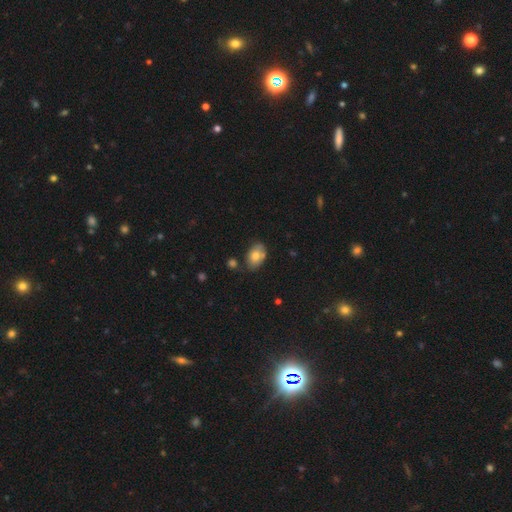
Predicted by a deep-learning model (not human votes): smooth_or_featured: smooth (p=0.74) [alt: featured or disk p=0.18]
how_rounded: in between (p=0.87) [alt: round p=0.12]
merging: none (p=0.66) [alt: minor disturbance p=0.22]